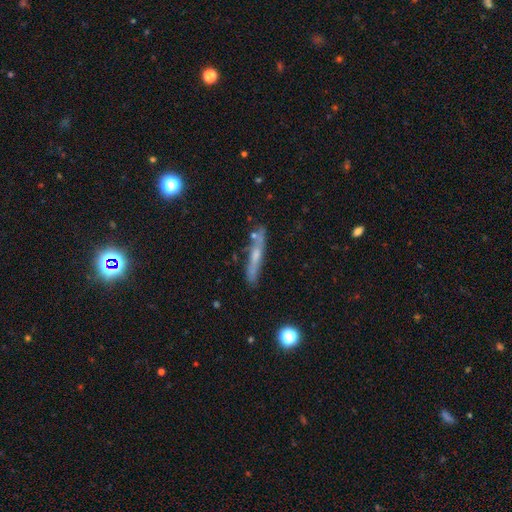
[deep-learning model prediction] This is possibly a featured or disk galaxy (53%). It is clearly viewed edge-on (85%). Merging: likely none (75%).